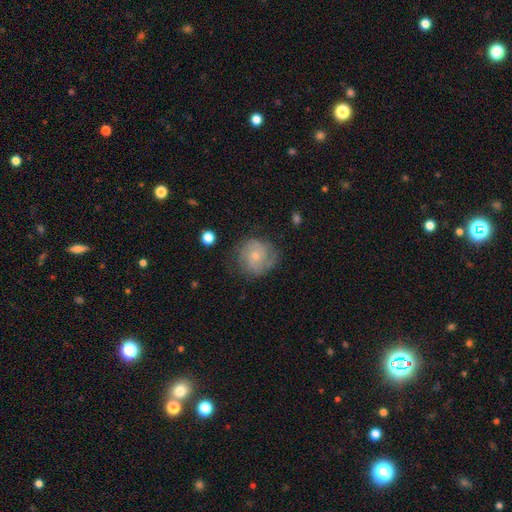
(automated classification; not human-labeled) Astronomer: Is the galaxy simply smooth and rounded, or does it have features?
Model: featured or disk — 62%.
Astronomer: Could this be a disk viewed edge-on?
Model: no — 98%.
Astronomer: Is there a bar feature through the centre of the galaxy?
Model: no — 76%.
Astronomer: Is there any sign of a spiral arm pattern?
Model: yes — 87%.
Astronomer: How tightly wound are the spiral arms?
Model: tight — 52% (runner-up: medium, 35%).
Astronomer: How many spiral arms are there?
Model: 2 — 46% (runner-up: can't tell, 27%).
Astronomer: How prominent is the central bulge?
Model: small — 65%.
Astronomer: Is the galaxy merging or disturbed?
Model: none — 71%.